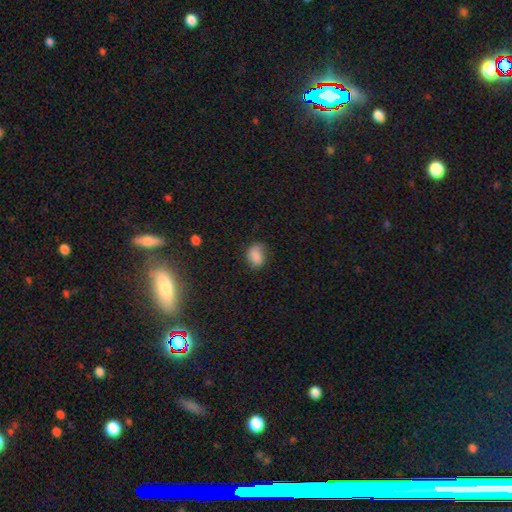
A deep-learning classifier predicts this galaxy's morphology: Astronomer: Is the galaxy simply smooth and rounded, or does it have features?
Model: smooth — 80%.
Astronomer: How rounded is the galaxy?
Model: in between — 65%.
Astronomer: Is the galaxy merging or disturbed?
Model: none — 65%.